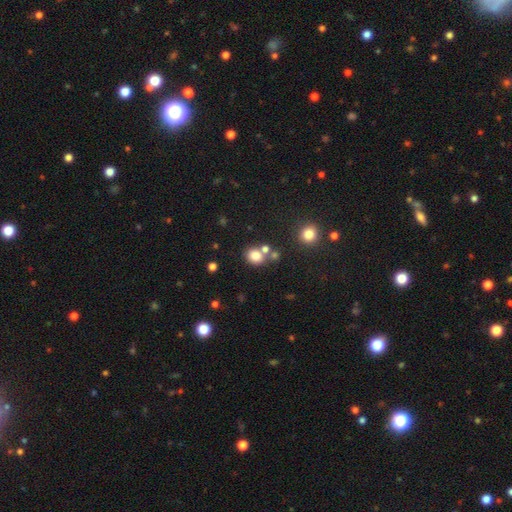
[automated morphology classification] A smooth galaxy with no disk features (79%) that is round (67%).

Vote fractions:
- Smooth or featured? smooth: 79% / star or artifact: 13% / featured or disk: 8%
- How rounded? round: 67% / in between: 32% / cigar-shaped: 1%
- Merging? none: 59% / merger: 26% / minor disturbance: 10% / major disturbance: 4%